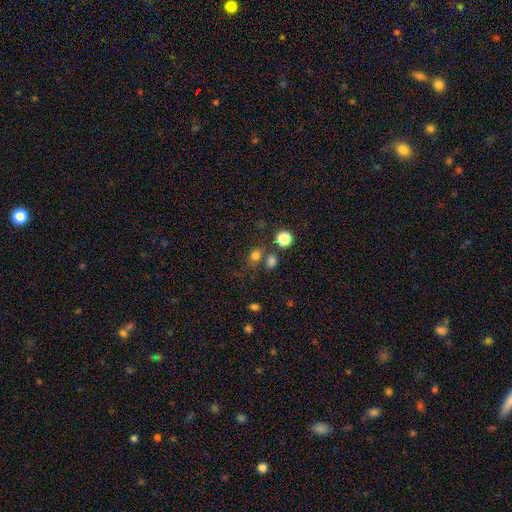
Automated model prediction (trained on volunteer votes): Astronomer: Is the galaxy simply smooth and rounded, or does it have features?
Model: smooth — 74%.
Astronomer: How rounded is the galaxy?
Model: round — 70%.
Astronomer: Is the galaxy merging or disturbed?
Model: none — 63%.